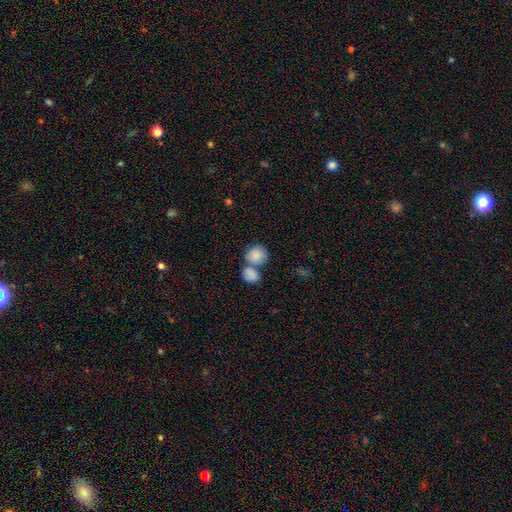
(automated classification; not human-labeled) Smooth or featured? Predicted: smooth (p=0.84). How rounded? Predicted: round (p=0.70). Merging? Predicted: merger (p=0.47).